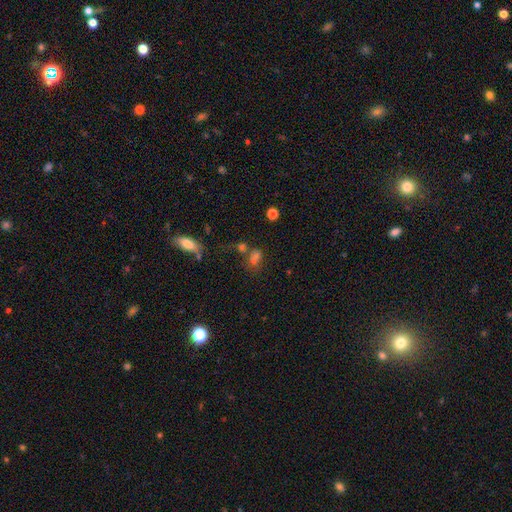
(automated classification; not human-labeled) Smooth or featured? smooth (58%)
How rounded? in between (70%)
Merging? none (50%)